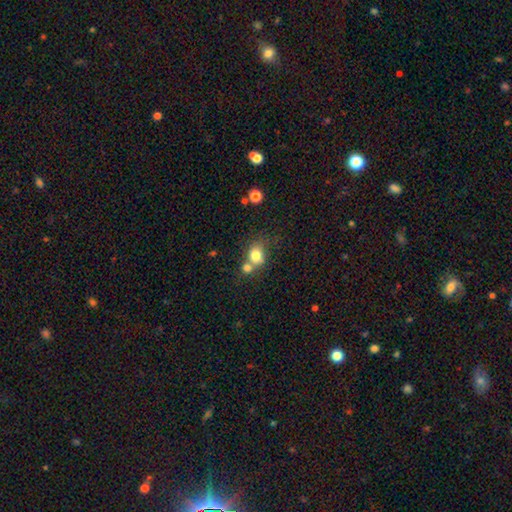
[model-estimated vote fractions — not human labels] smooth_or_featured: smooth (p=0.78) [alt: featured or disk p=0.11]
how_rounded: round (p=0.60) [alt: in between p=0.39]
merging: merger (p=0.47) [alt: none p=0.37]